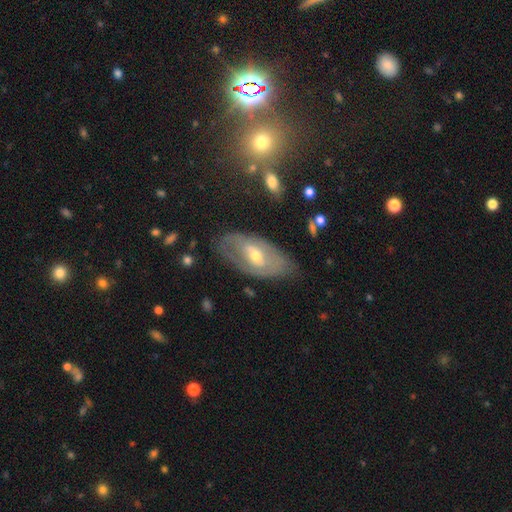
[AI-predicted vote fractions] Smooth or featured?
  - featured or disk: 69% *
  - smooth: 23%
  - star or artifact: 8%
Edge-on disk?
  - no: 89% *
  - yes: 11%
Bar?
  - no: 42% * (tied)
  - weak: 42% * (tied)
  - strong: 16%
Spiral arms?
  - yes: 61% *
  - no: 39%
Bulge size?
  - moderate: 49% *
  - small: 48%
  - large: 2%
  - none: 1%
  - dominant: 1%
Merging?
  - none: 69% *
  - minor disturbance: 22%
  - major disturbance: 8%
  - merger: 2%